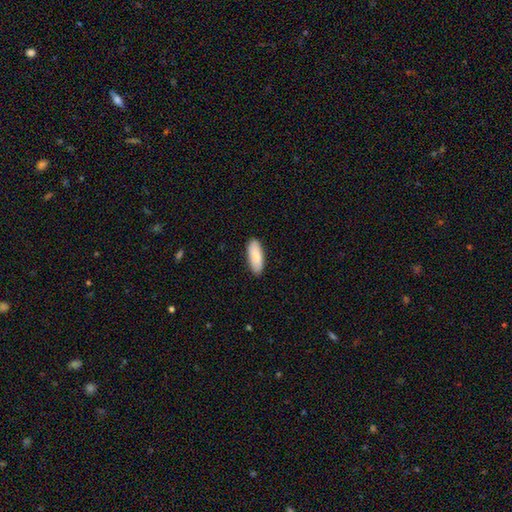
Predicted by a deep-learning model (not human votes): A smooth galaxy with no disk features (85%) that is in between round and cigar-shaped (75%). Merging: none (89%).